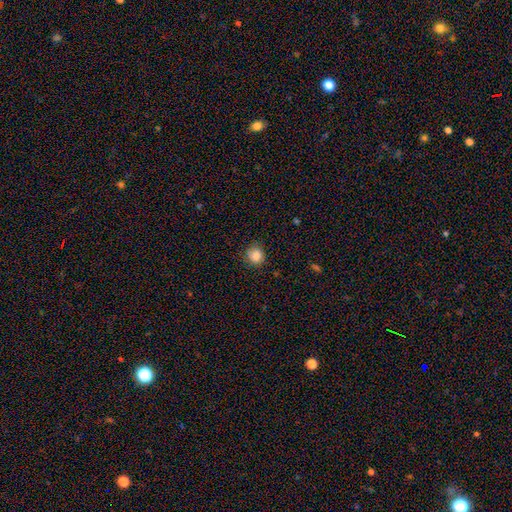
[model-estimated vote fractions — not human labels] Smooth or featured?
  - smooth: 85% *
  - star or artifact: 10%
  - featured or disk: 5%
How rounded?
  - round: 82% *
  - in between: 17%
  - cigar-shaped: 1%
Merging?
  - none: 78% *
  - minor disturbance: 17%
  - major disturbance: 4%
  - merger: 1%